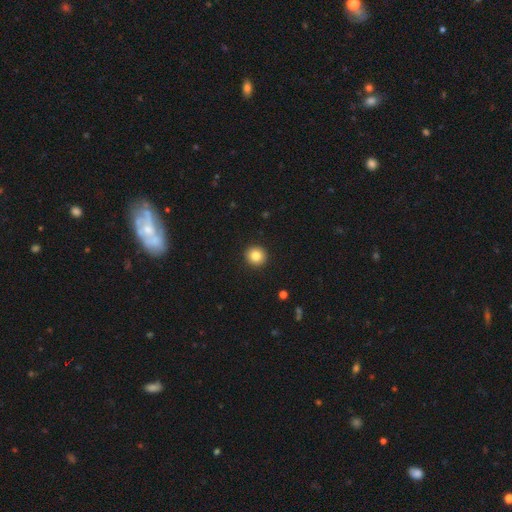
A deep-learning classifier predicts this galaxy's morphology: A smooth galaxy with no disk features (85%) that is round (94%).

Vote fractions:
- Smooth or featured? smooth: 85% / star or artifact: 9% / featured or disk: 6%
- How rounded? round: 94% / in between: 5% / cigar-shaped: 1%
- Merging? none: 93% / minor disturbance: 4% / major disturbance: 1% / merger: 1%